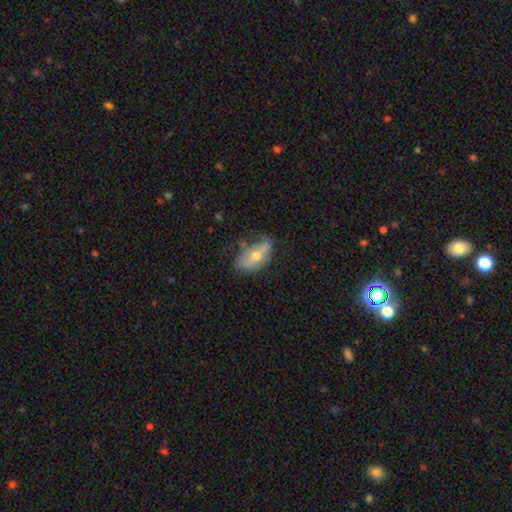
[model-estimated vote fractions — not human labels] smooth_or_featured: featured or disk (p=0.46) [tied with: smooth p=0.46]
merging: none (p=0.48) [alt: minor disturbance p=0.34]